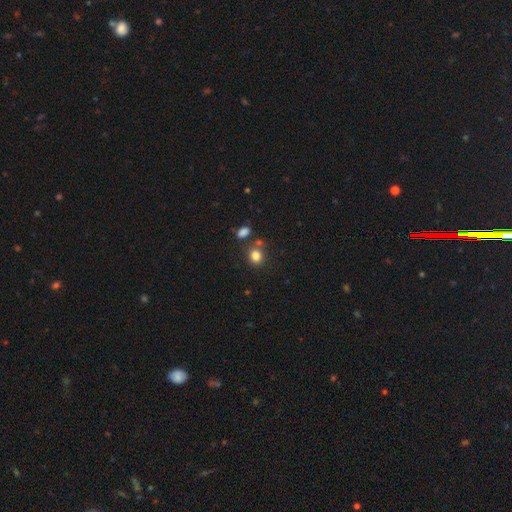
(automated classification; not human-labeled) Smooth or featured?
  - smooth: 82% *
  - star or artifact: 12%
  - featured or disk: 6%
How rounded?
  - round: 71% *
  - in between: 28%
  - cigar-shaped: 1%
Merging?
  - none: 71% *
  - merger: 14%
  - minor disturbance: 11%
  - major disturbance: 4%